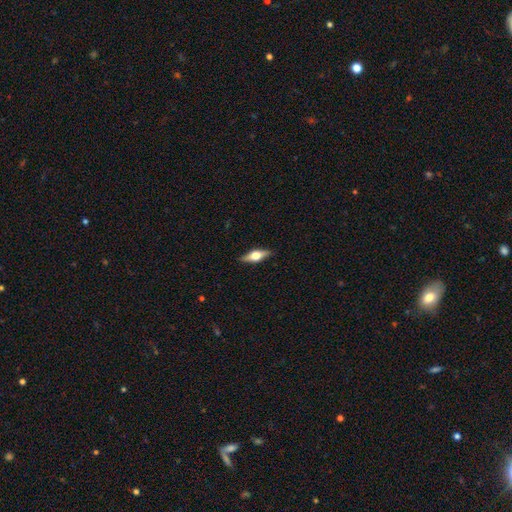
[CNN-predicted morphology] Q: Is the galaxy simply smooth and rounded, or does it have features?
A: featured or disk — 61%.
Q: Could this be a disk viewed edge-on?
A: yes — 95%.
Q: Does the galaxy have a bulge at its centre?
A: rounded — 94%.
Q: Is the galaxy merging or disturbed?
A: none — 88%.